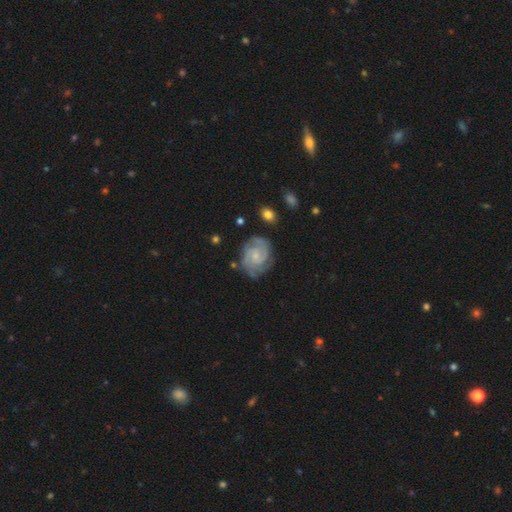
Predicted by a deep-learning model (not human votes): This is clearly a featured or disk galaxy (88%). It is clearly not viewed edge-on (98%). Bar: possibly no (56%). Spiral arm pattern: clearly yes (97%). Spiral arm count: possibly 2 (52%). Spiral winding: possibly tight (56%). Central bulge: likely small (68%). Merging: likely none (77%).